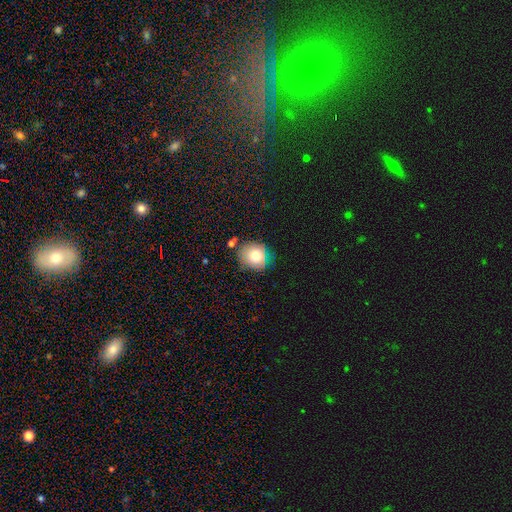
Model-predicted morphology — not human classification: This is likely a smooth galaxy (74%). How rounded: likely round (78%). Merging: likely none (73%).